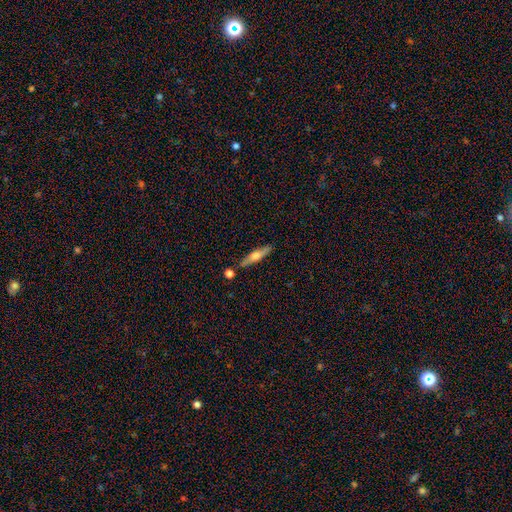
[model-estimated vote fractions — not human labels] Morphology: type=featured or disk (53%); edge-on=yes (94%); merging=none (82%).